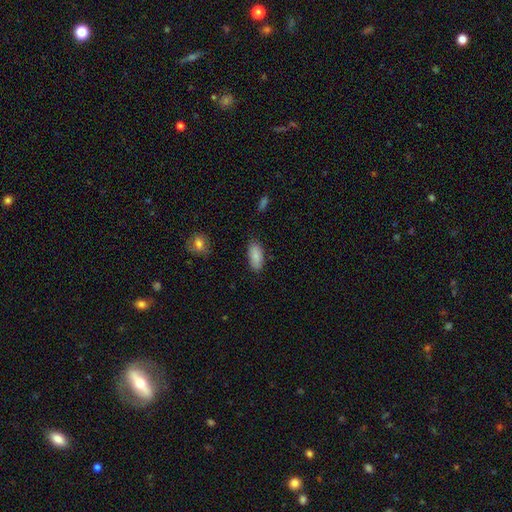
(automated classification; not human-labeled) A smooth galaxy with no disk features (87%) that is in between round and cigar-shaped (87%).

Vote fractions:
- Smooth or featured? smooth: 87% / star or artifact: 7% / featured or disk: 6%
- How rounded? in between: 87% / cigar-shaped: 10% / round: 2%
- Merging? none: 83% / minor disturbance: 13% / major disturbance: 3% / merger: 2%